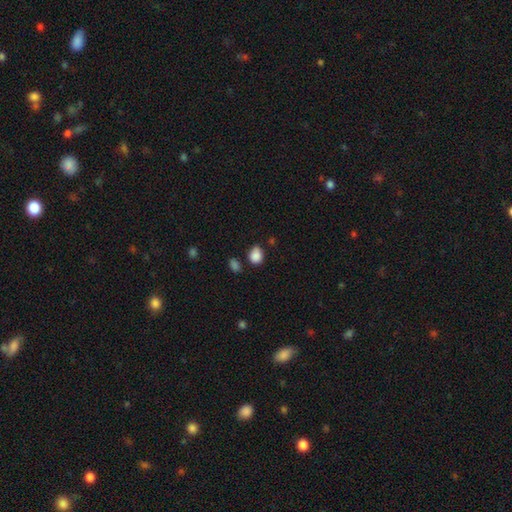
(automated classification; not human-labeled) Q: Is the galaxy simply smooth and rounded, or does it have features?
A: smooth — 86%.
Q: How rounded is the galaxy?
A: in between — 52%.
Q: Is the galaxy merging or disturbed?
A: none — 64%.